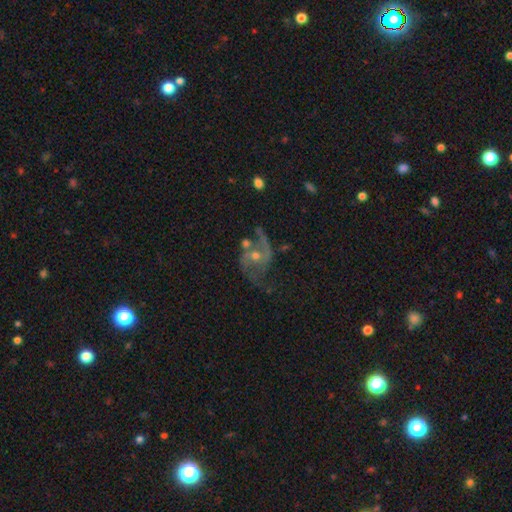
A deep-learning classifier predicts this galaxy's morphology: Overall: featured or disk (84%). Edge-on disk: no (97%). Bar: no (60%; weak 31%). Spiral arms: yes (93%). Spiral arm count: 2 (88%). Spiral winding: loose (54%; medium 37%). Bulge size: small (48%; moderate 46%). Merging: none (52%; minor disturbance 20%).